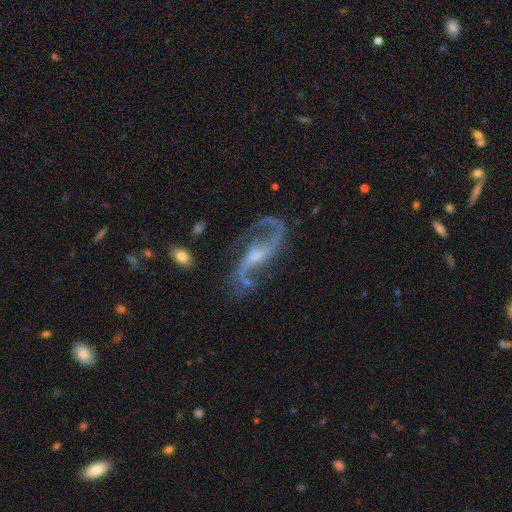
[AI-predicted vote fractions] Morphology: type=featured or disk (90%); edge-on=no (94%); bar=weak (43%); spiral arms=yes (96%); winding=loose (69%); arm count=2 (90%); bulge=small (53%); merging=none (61%).